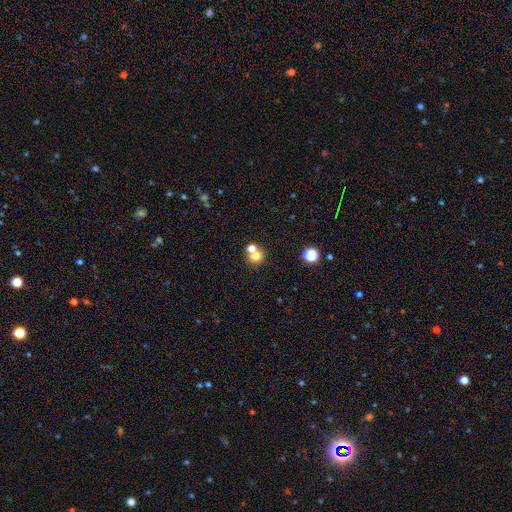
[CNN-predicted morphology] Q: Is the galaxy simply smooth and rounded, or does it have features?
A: smooth — 72%.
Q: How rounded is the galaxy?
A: round — 82%.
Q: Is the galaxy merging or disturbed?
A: none — 45%, tied with merger.